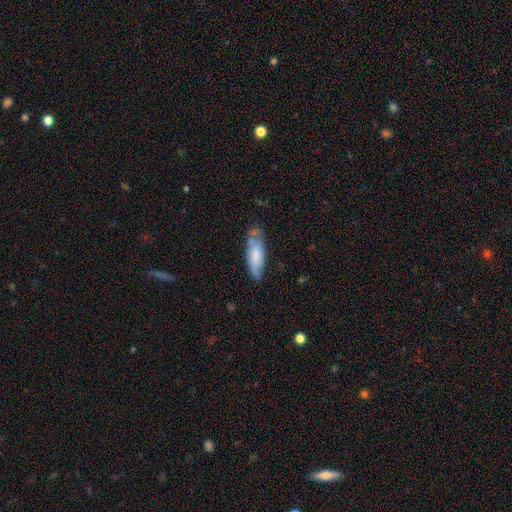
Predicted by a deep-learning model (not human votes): Overall: smooth (59%; featured or disk 35%). How rounded: in between (61%; cigar-shaped 37%). Merging: none (59%; minor disturbance 29%).